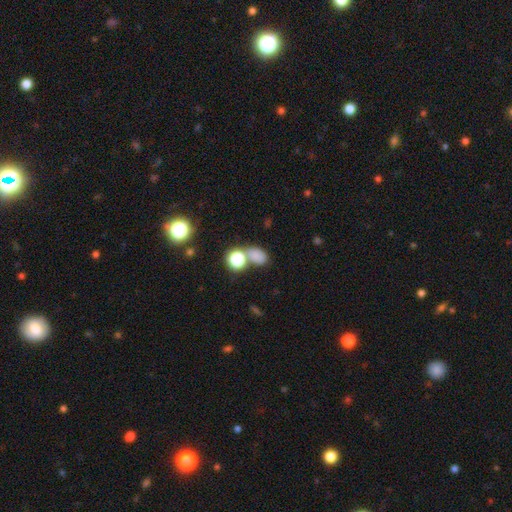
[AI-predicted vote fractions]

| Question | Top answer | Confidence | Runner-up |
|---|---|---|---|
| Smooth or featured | smooth | 71% | star or artifact (21%) |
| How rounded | in between | 64% | round (34%) |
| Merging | none | 51% | merger (30%) |